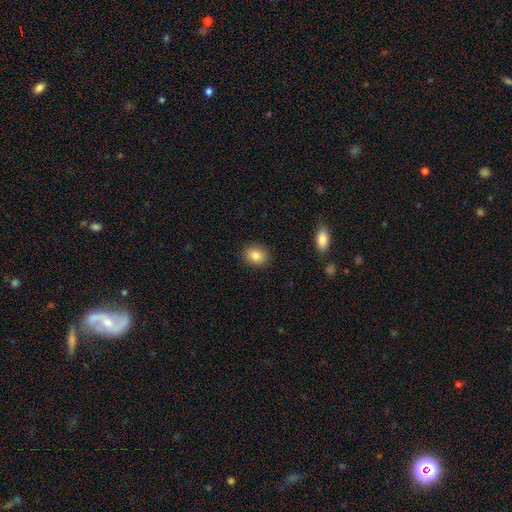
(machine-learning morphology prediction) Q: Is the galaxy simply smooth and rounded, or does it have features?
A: smooth — 84%.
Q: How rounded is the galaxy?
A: in between — 51%.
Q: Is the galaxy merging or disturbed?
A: none — 89%.